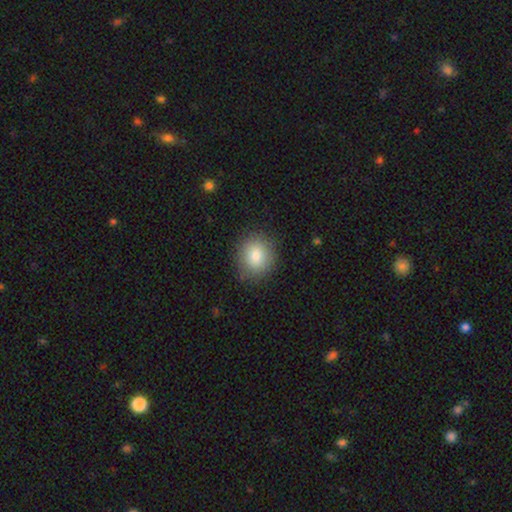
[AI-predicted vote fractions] Smooth or featured?
  - smooth: 83% *
  - star or artifact: 9%
  - featured or disk: 8%
How rounded?
  - round: 77% *
  - in between: 22%
  - cigar-shaped: 1%
Merging?
  - none: 86% *
  - minor disturbance: 10%
  - major disturbance: 3%
  - merger: 1%